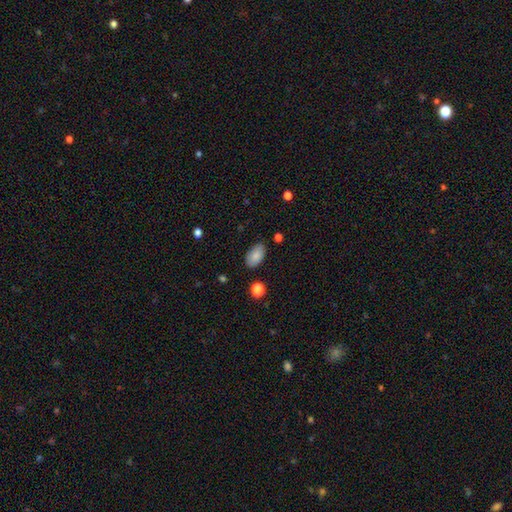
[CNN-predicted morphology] A smooth galaxy with no disk features (86%) that is in between round and cigar-shaped (94%).

Vote fractions:
- Smooth or featured? smooth: 86% / star or artifact: 7% / featured or disk: 7%
- How rounded? in between: 94% / round: 4% / cigar-shaped: 2%
- Merging? none: 83% / minor disturbance: 12% / major disturbance: 3% / merger: 2%